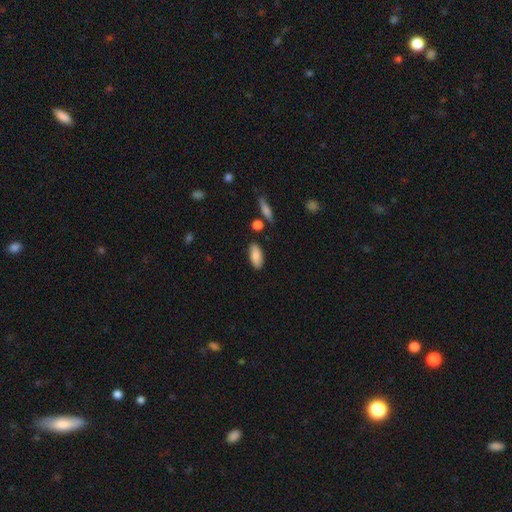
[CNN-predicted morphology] Smooth or featured? smooth (85%)
How rounded? in between (85%)
Merging? none (84%)